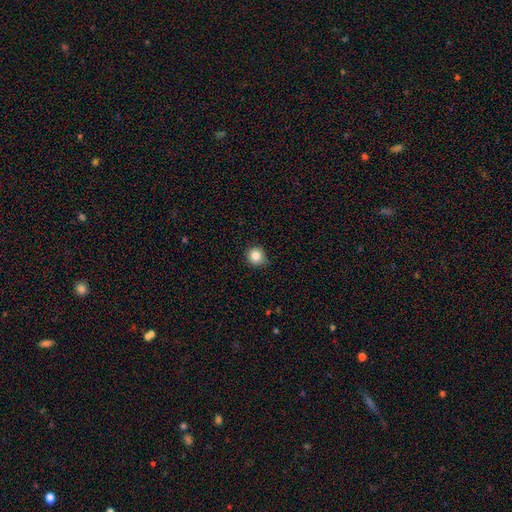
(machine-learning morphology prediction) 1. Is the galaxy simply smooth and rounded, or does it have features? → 85% smooth, 10% star or artifact, 5% featured or disk.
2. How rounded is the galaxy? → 91% round, 8% in between, 1% cigar-shaped.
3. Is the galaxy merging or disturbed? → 85% none, 12% minor disturbance, 2% major disturbance, 1% merger.